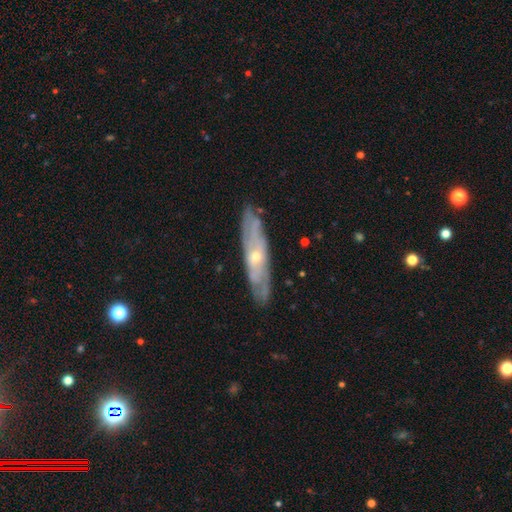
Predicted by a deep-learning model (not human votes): smooth-or-featured: featured or disk: 76% | smooth: 17% | star or artifact: 6%
  disk-edge-on: no: 57% | yes: 43%
  merging: none: 84% | minor disturbance: 13% | major disturbance: 3% | merger: 1%